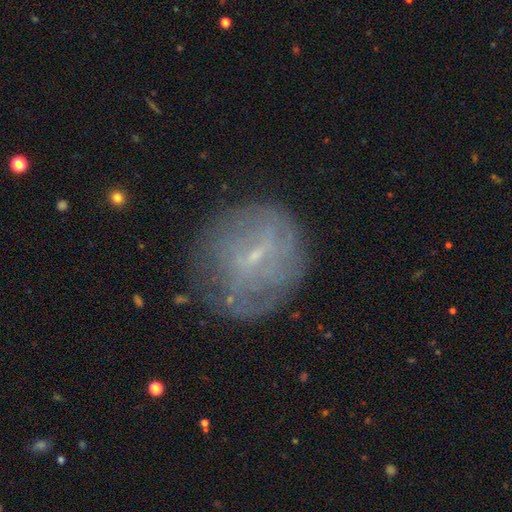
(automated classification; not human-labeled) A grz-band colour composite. It shows a featured or disk galaxy (59%) with a weak bar (52%), spiral arms (50%, tied with no) and a small central bulge (80%). Merging: none (71%).